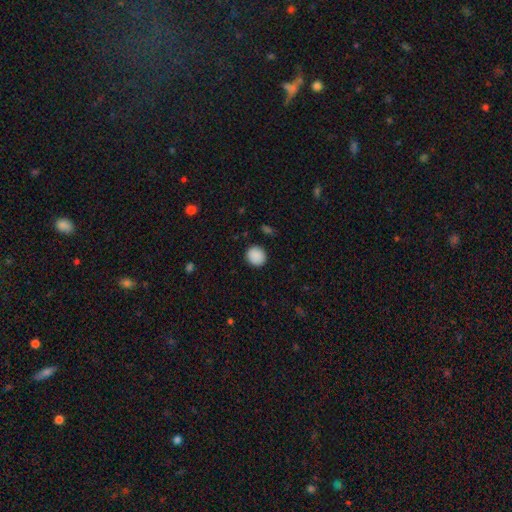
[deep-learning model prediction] smooth 89%, star or artifact 8%, featured or disk 3%. Down the decision tree: how rounded — round (85%); merging — none (89%).